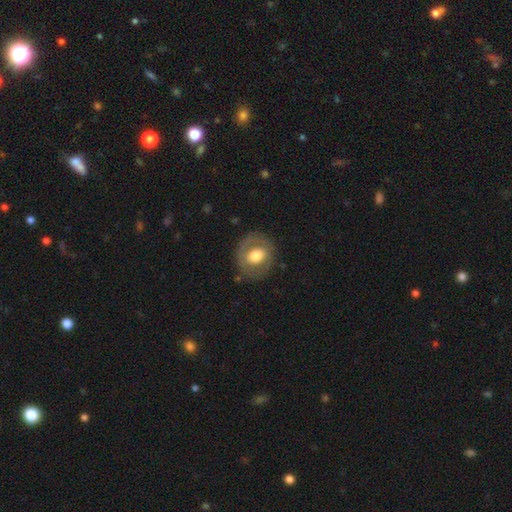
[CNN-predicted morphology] Smooth or featured? smooth (52%)
How rounded? round (70%)
Merging? none (78%)